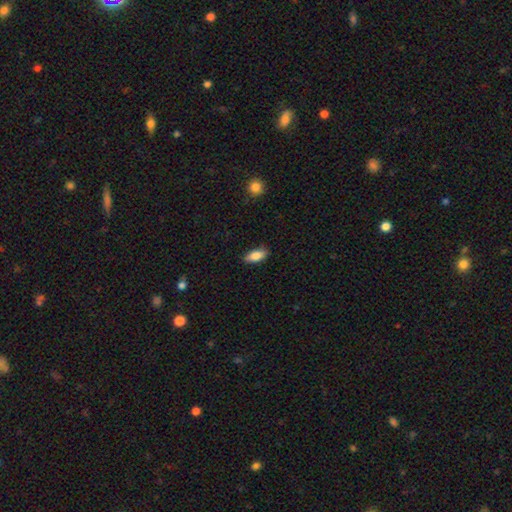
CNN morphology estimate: smooth-or-featured: smooth: 86% | featured or disk: 7% | star or artifact: 7%
  how-rounded: in between: 87% | cigar-shaped: 11% | round: 2%
  merging: none: 84% | minor disturbance: 12% | major disturbance: 2% | merger: 1%